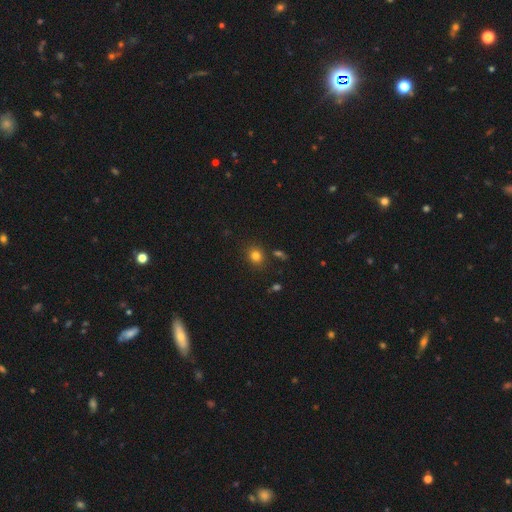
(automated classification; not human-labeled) This appears to be a smooth galaxy with no disk features (80%) that is round (71%). Merging: none (83%).